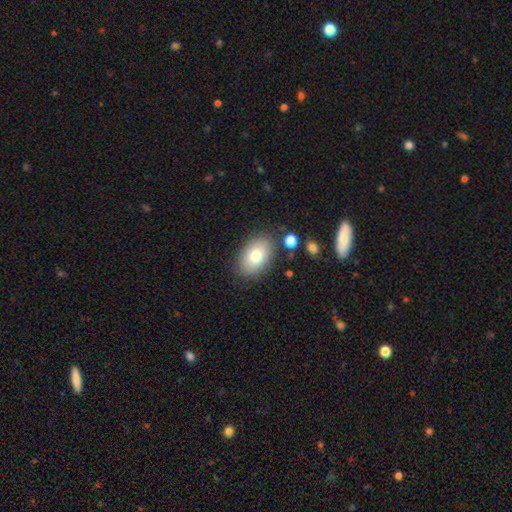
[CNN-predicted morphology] Overall: smooth (77%). How rounded: in between (86%). Merging: none (83%).